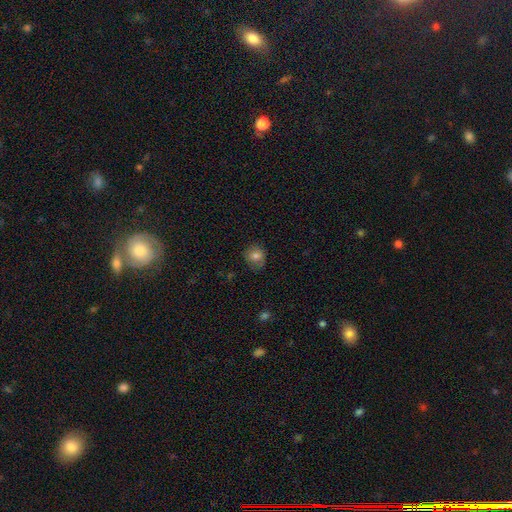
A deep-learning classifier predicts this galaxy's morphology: A smooth galaxy with no disk features (77%) that is round (75%). Merging: none (70%).